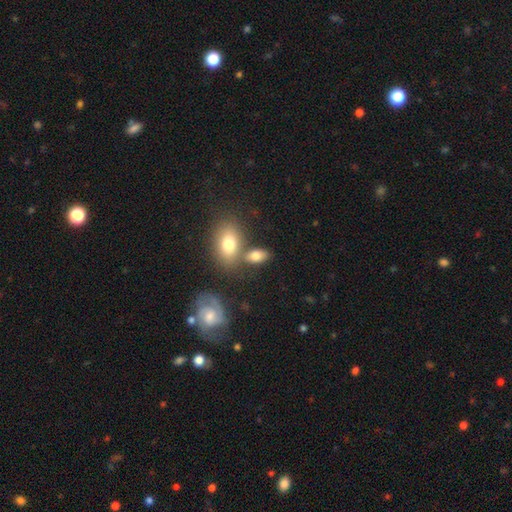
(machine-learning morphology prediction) Smooth or featured? smooth (76%)
How rounded? in between (87%)
Merging? none (60%)